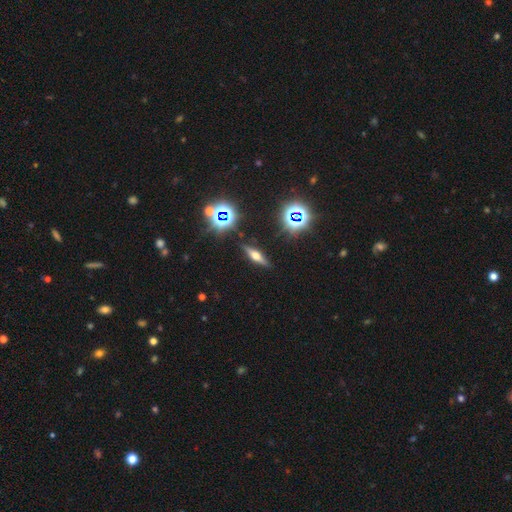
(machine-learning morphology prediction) Overall: featured or disk (54%; smooth 27%). Edge-on disk: yes (92%). Merging: none (88%).